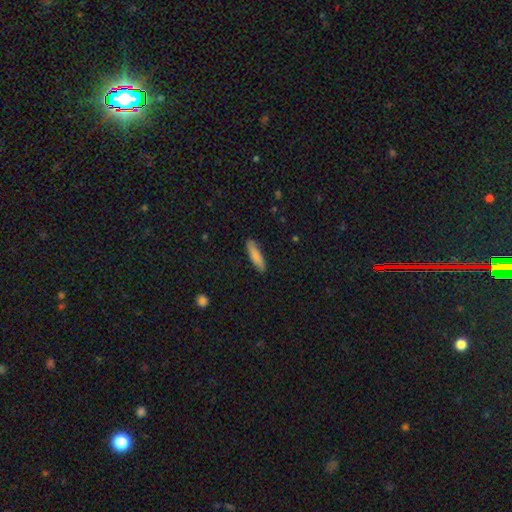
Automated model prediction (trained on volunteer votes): Smooth or featured: smooth — 85% (featured or disk — 9%)
How rounded: cigar-shaped — 72% (in between — 27%)
Merging: none — 86% (minor disturbance — 11%)